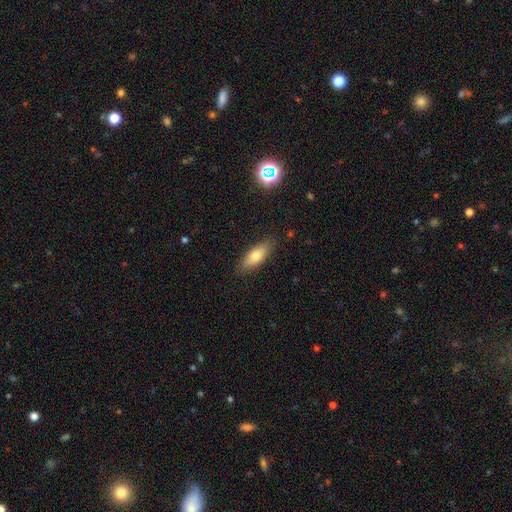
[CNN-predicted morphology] This appears to be a smooth galaxy with no disk features (74%) that is in between round and cigar-shaped (70%). Merging: none (86%).